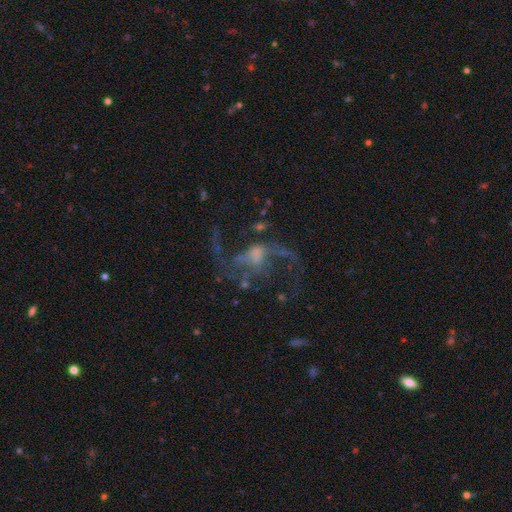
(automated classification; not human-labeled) Smooth or featured: featured or disk — 78% (star or artifact — 12%)
Edge-on disk: no — 97% (yes — 3%)
Bar: no — 49% (weak — 37%)
Spiral arms: yes — 84% (no — 16%)
Spiral winding: loose — 75% (medium — 21%)
Spiral arm count: 2 — 60% (3 — 13%)
Bulge size: none — 29% (tied with moderate — 29%; small — 29%)
Merging: none — 48% (major disturbance — 34%)